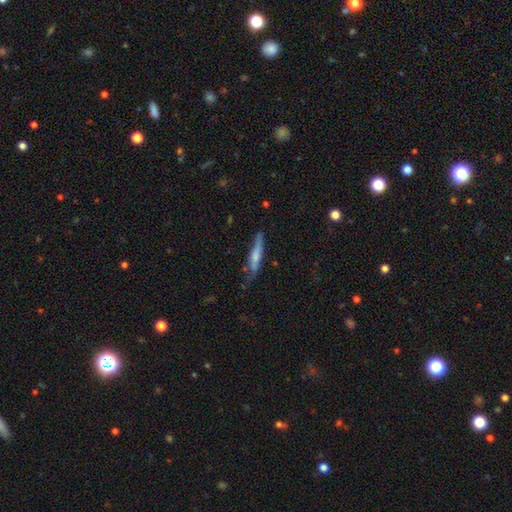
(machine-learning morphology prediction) type=smooth (55%); roundness=cigar-shaped (88%); merging=none (67%).